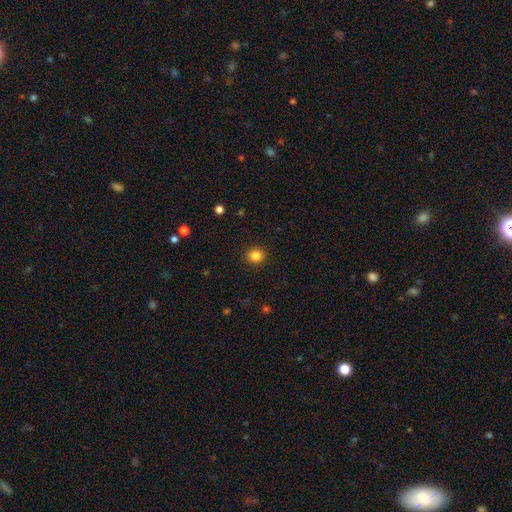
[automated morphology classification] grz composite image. It shows a smooth galaxy with no disk features (85%) that is round (78%). Merging: none (91%).